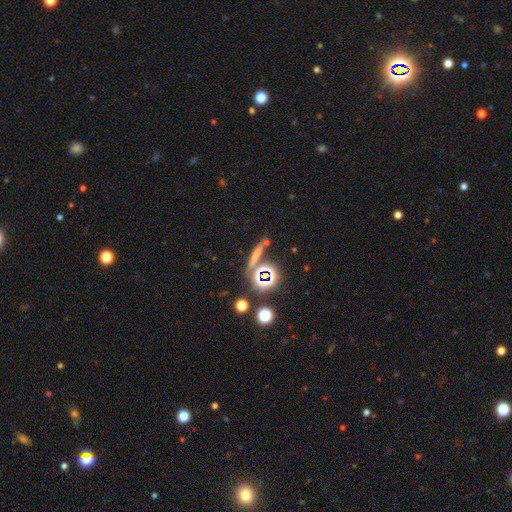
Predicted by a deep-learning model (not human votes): Smooth or featured? smooth (50%)
Merging? none (72%)